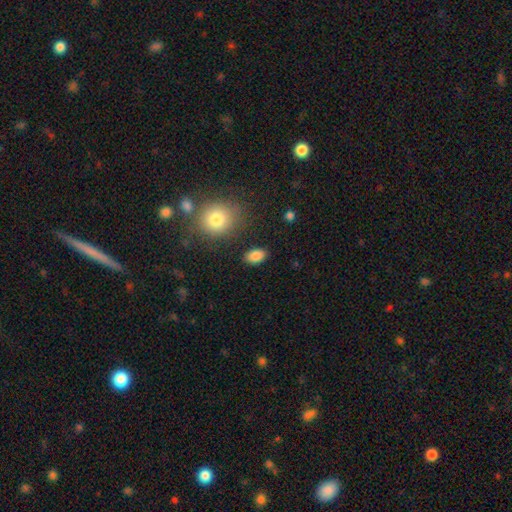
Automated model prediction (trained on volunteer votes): Smooth or featured? smooth (86%)
How rounded? in between (87%)
Merging? none (86%)